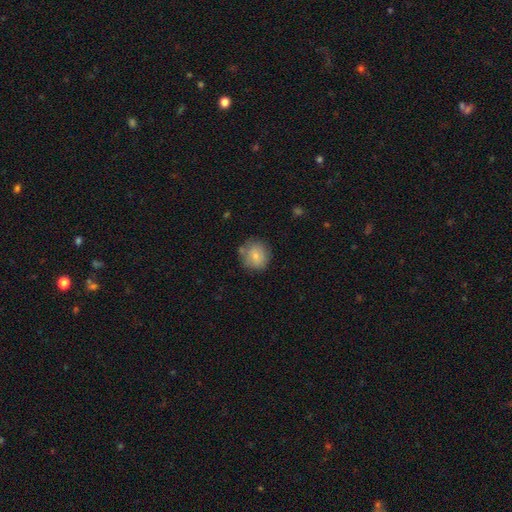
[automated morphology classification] The model was most divided on "merging": none: 73%, minor disturbance: 17%, merger: 6%, major disturbance: 4%. More confident: how rounded — round (85%); smooth or featured — smooth (78%).